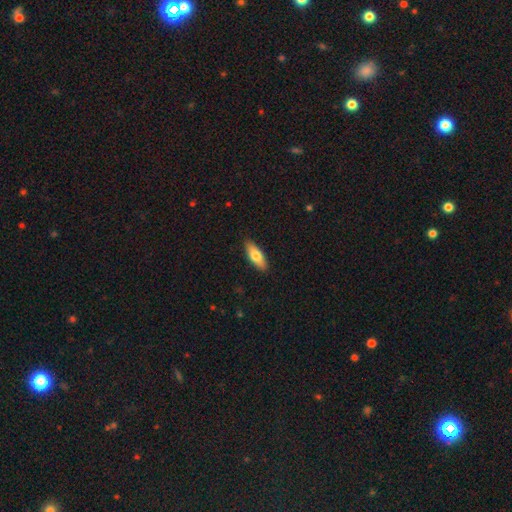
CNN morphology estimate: Smooth or featured? Predicted: smooth (p=0.74). How rounded? Predicted: in between (p=0.71). Merging? Predicted: none (p=0.89).